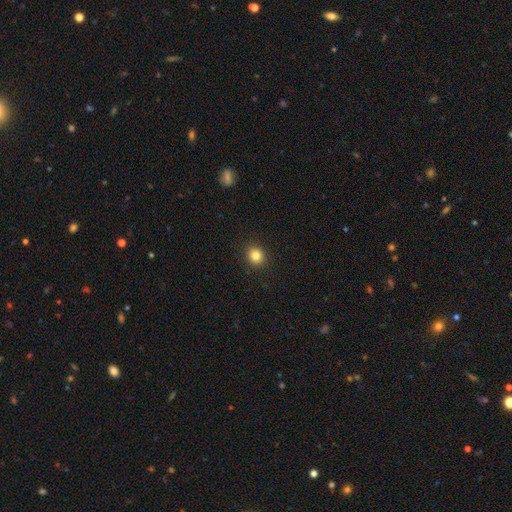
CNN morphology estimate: Smooth or featured? smooth (84%)
How rounded? round (82%)
Merging? none (91%)